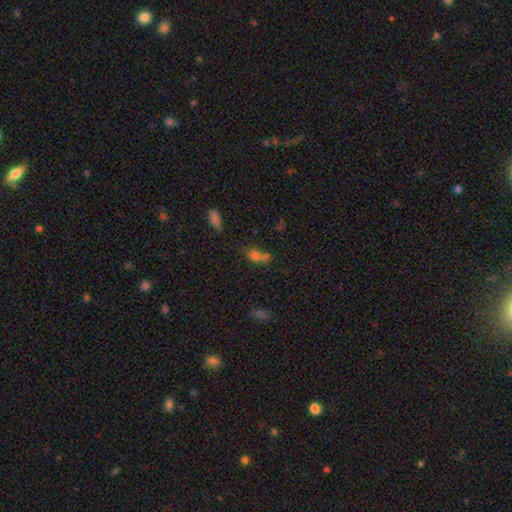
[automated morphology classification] smooth 66%, star or artifact 21%, featured or disk 13%. Down the decision tree: how rounded — in between (60%); merging — merger (46%).